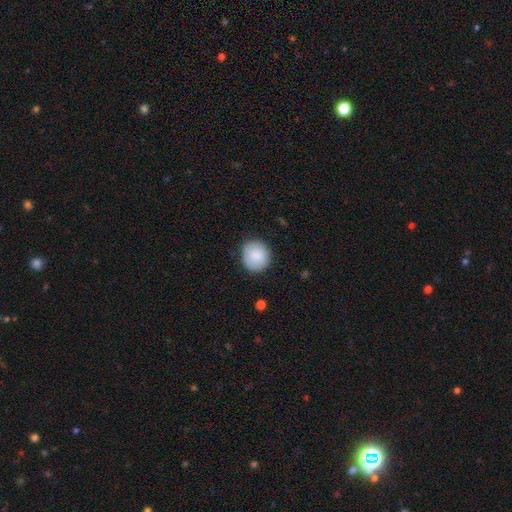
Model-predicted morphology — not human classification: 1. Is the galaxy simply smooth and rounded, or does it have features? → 85% smooth, 8% featured or disk, 7% star or artifact.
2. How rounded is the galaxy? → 90% round, 9% in between, 1% cigar-shaped.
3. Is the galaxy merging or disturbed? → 84% none, 12% minor disturbance, 3% major disturbance, 1% merger.